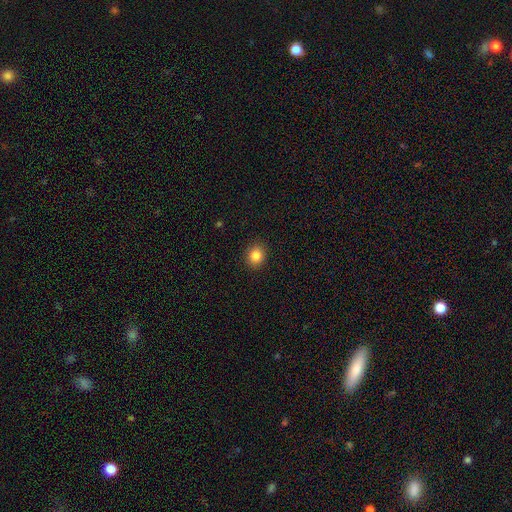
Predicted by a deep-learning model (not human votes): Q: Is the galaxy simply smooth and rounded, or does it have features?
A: smooth — 85%.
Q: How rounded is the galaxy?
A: round — 70%.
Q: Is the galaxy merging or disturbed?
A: none — 91%.